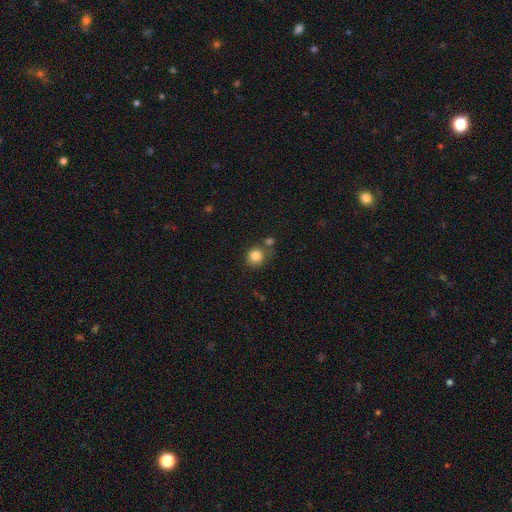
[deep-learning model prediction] Smooth or featured? smooth (83%)
How rounded? round (86%)
Merging? none (65%)